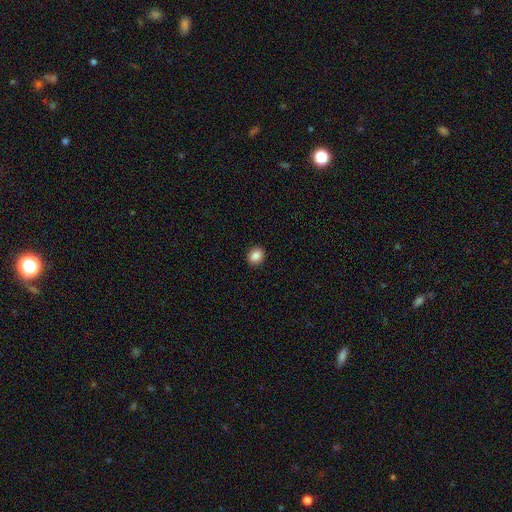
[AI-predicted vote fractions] Smooth or featured? Predicted: smooth (p=0.87). How rounded? Predicted: round (p=0.56). Merging? Predicted: none (p=0.91).